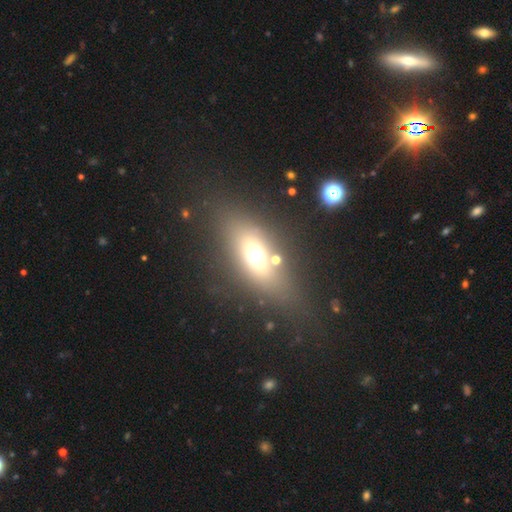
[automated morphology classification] Smooth or featured? Predicted: smooth (p=0.56). How rounded? Predicted: in between (p=0.71). Merging? Predicted: none (p=0.73).